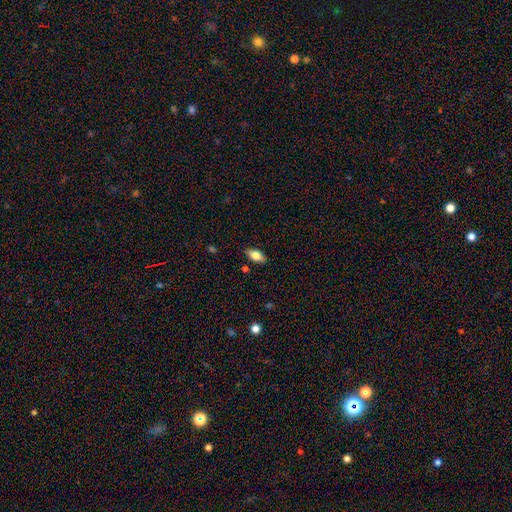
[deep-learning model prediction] Q: Smooth or featured?
A: smooth (75%); runner-up: featured or disk (18%)
Q: How rounded?
A: in between (88%); runner-up: cigar-shaped (9%)
Q: Merging?
A: none (86%); runner-up: minor disturbance (10%)